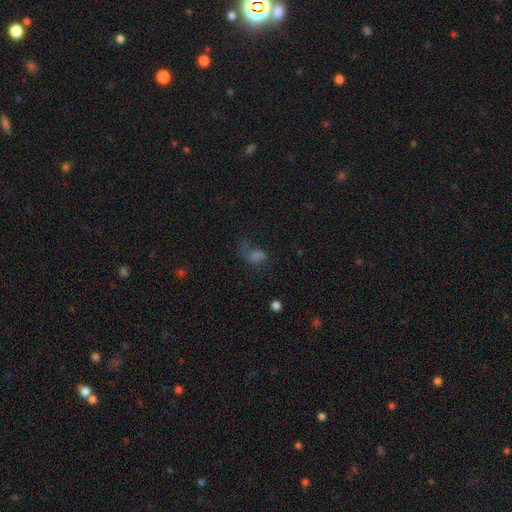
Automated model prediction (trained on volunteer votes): A smooth galaxy with no disk features (52%) that is in between round and cigar-shaped (67%).

Vote fractions:
- Smooth or featured? smooth: 52% / star or artifact: 25% / featured or disk: 22%
- How rounded? in between: 67% / round: 30% / cigar-shaped: 3%
- Merging? major disturbance: 39% / none: 36% / minor disturbance: 20% / merger: 5%